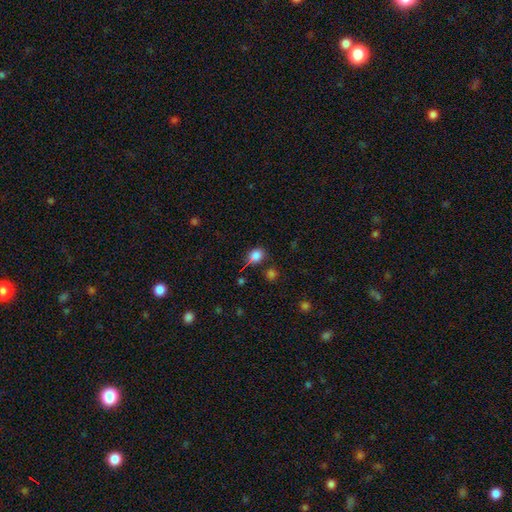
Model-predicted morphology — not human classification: Overall: smooth (81%). How rounded: round (55%; in between 44%). Merging: none (65%).